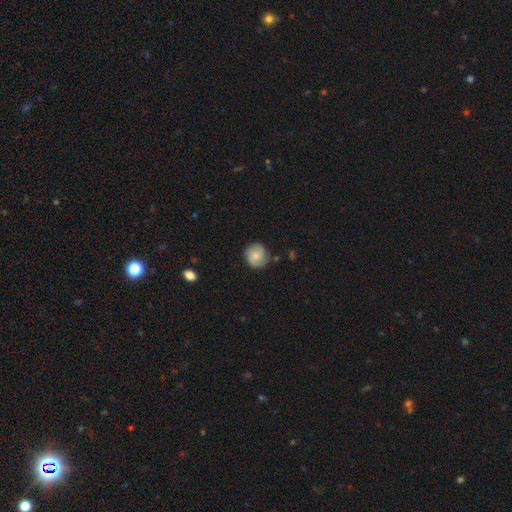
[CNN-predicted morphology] smooth_or_featured: smooth (p=0.59) [alt: featured or disk p=0.33]
how_rounded: round (p=0.87) [alt: in between p=0.12]
merging: none (p=0.80) [alt: minor disturbance p=0.15]